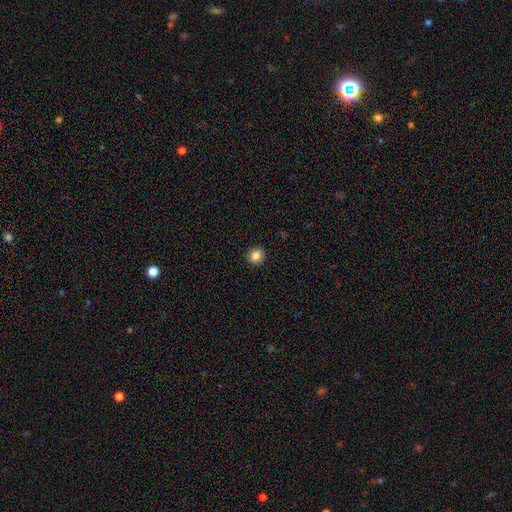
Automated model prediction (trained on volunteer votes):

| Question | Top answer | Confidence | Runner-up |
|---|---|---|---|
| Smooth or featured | smooth | 85% | star or artifact (10%) |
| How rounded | round | 86% | in between (13%) |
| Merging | none | 92% | minor disturbance (5%) |